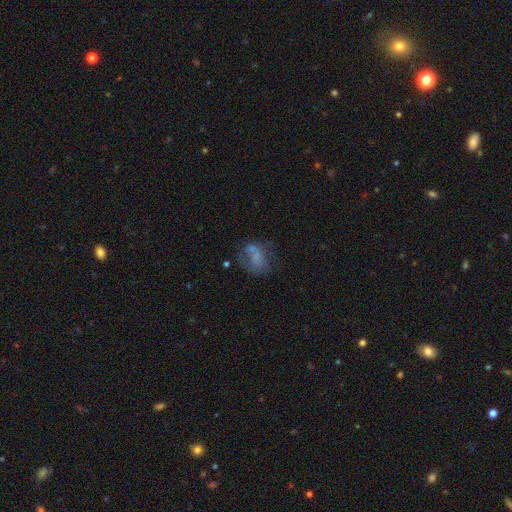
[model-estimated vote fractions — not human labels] Smooth or featured?
  - smooth: 54% *
  - featured or disk: 33%
  - star or artifact: 13%
How rounded?
  - in between: 60% *
  - round: 39%
  - cigar-shaped: 2%
Merging?
  - none: 36% *
  - merger: 23%
  - major disturbance: 21%
  - minor disturbance: 20%